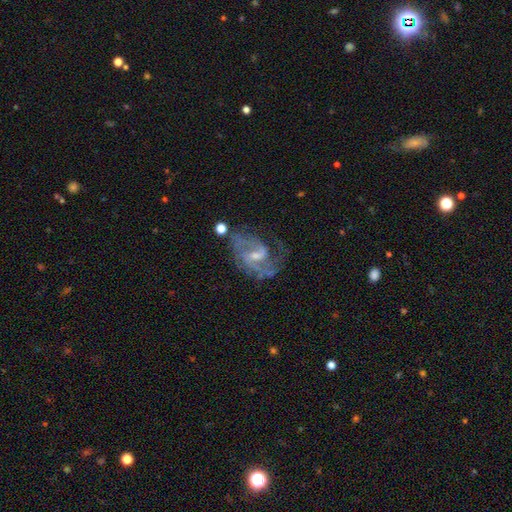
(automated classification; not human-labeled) This is clearly a featured or disk galaxy (86%). It is clearly not viewed edge-on (97%). Bar: possibly weak (57%). Spiral arm pattern: clearly yes (94%). Spiral arm count: likely 2 (66%). Spiral winding: possibly medium (51%). Central bulge: possibly small (58%). Merging: possibly none (55%).